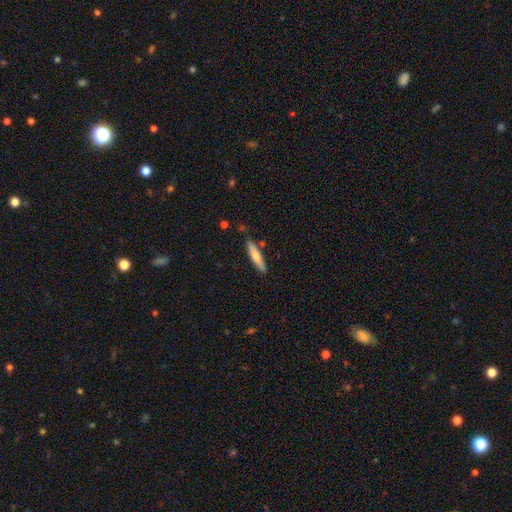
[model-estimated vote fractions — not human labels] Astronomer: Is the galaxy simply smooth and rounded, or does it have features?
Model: smooth — 61%.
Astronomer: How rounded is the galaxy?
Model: cigar-shaped — 87%.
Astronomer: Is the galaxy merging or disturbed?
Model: none — 85%.